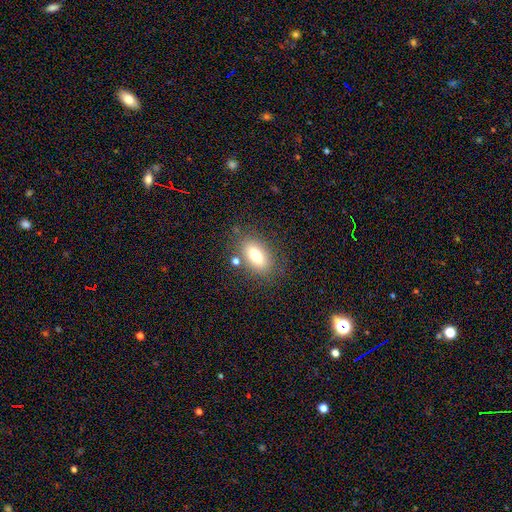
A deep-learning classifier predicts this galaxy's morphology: A smooth galaxy with no disk features (77%) that is in between round and cigar-shaped (87%). Merging: none (78%).